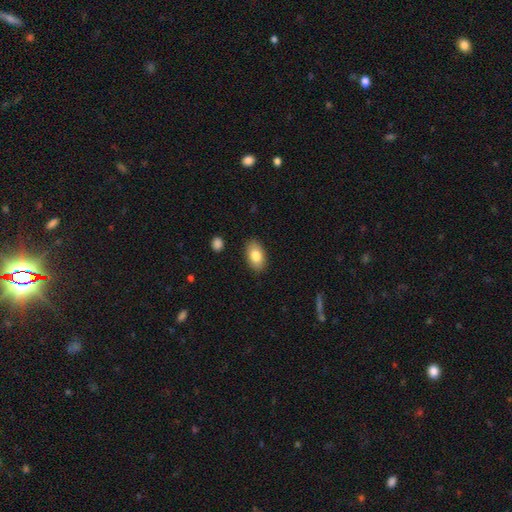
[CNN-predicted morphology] Q: Smooth or featured?
A: smooth (82%); runner-up: featured or disk (11%)
Q: How rounded?
A: in between (92%); runner-up: round (6%)
Q: Merging?
A: none (88%); runner-up: minor disturbance (9%)